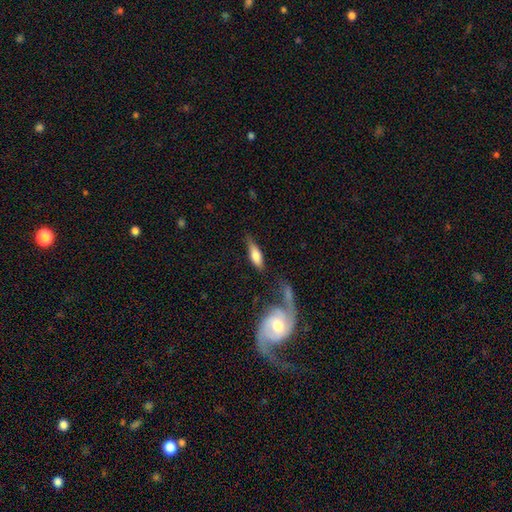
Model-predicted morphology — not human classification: Smooth or featured? smooth (64%)
How rounded? in between (58%)
Merging? none (59%)